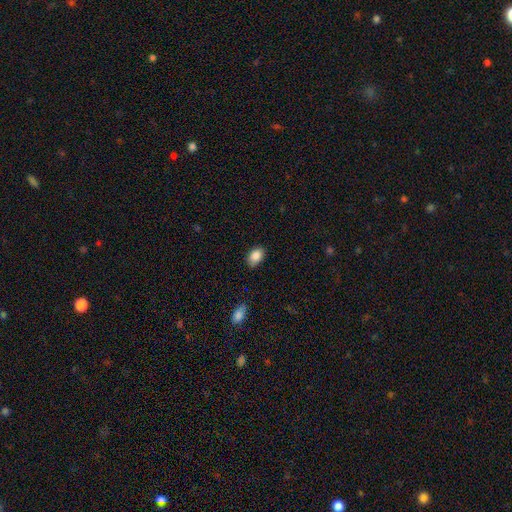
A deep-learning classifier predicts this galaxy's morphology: A smooth galaxy with no disk features (86%) that is in between round and cigar-shaped (84%). Merging: none (82%).